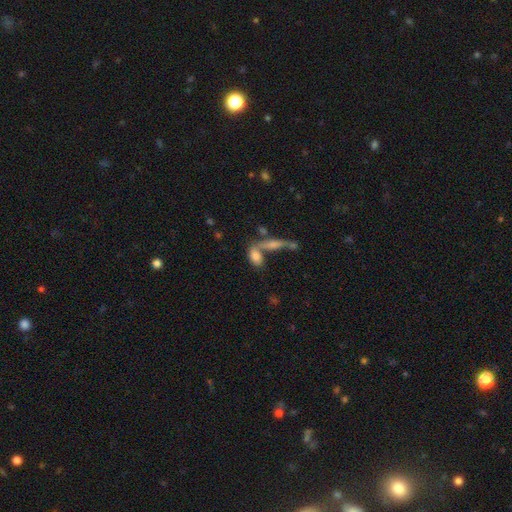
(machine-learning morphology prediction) Overall: smooth (73%). How rounded: in between (81%). Merging: none (41%; merger 40%).